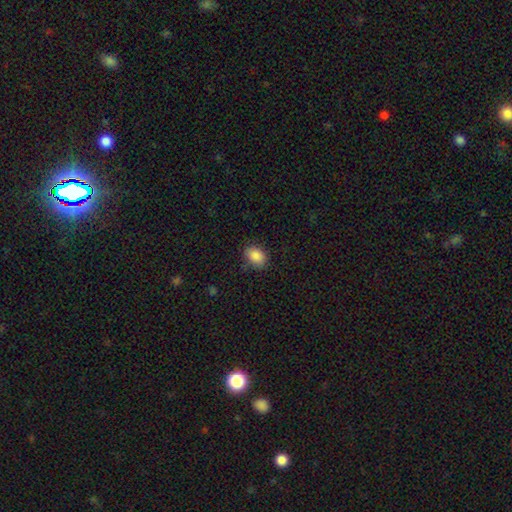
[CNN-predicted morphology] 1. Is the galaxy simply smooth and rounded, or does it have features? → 88% smooth, 8% star or artifact, 4% featured or disk.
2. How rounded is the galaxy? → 78% in between, 21% round, 1% cigar-shaped.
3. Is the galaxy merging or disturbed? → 83% none, 13% minor disturbance, 3% major disturbance, 1% merger.